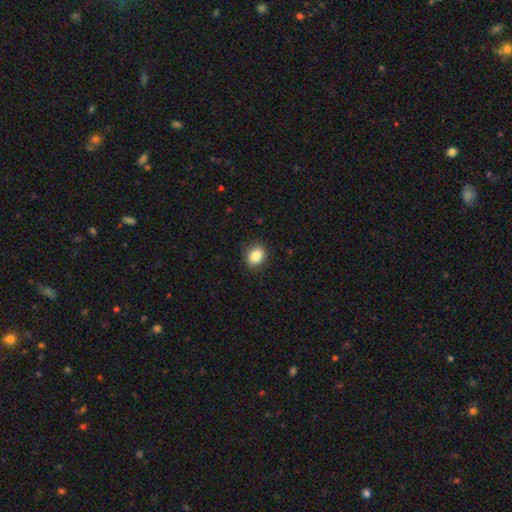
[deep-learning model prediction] Overall: smooth (86%). How rounded: round (52%; in between 47%). Merging: none (88%).